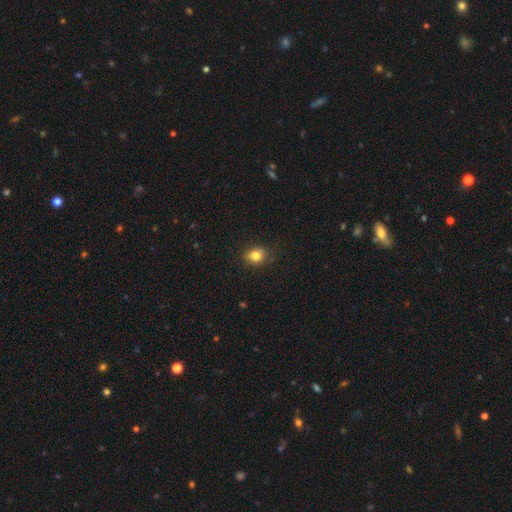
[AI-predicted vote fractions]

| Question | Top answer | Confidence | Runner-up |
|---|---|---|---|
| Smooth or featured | smooth | 81% | star or artifact (11%) |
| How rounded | round | 51% | in between (48%) |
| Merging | none | 78% | minor disturbance (17%) |